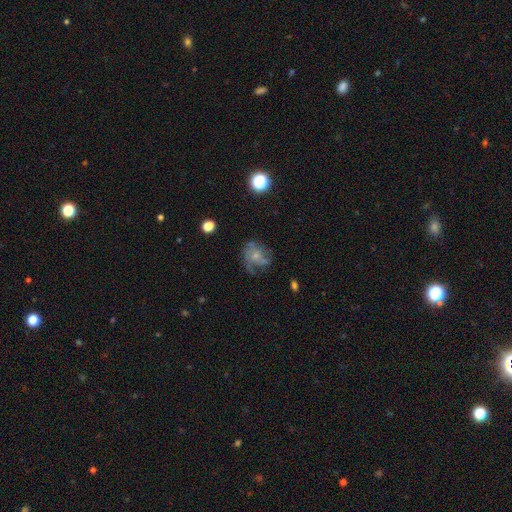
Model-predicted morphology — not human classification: smooth-or-featured: featured or disk: 53% | smooth: 35% | star or artifact: 12%
  disk-edge-on: no: 97% | yes: 3%
    bar: no: 83% | weak: 15% | strong: 2%
    has-spiral-arms: yes: 69% | no: 31%
    bulge-size: small: 60% | moderate: 25% | none: 10% | large: 3% | dominant: 1%
  merging: none: 46% | major disturbance: 27% | minor disturbance: 24% | merger: 3%